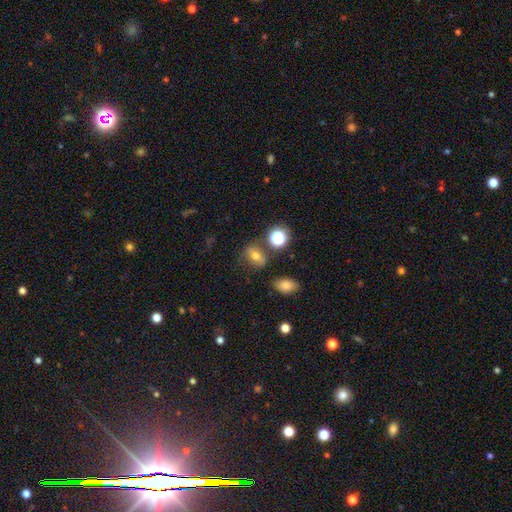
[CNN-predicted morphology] Overall: smooth (60%; featured or disk 21%). How rounded: in between (60%; round 35%). Merging: none (71%).